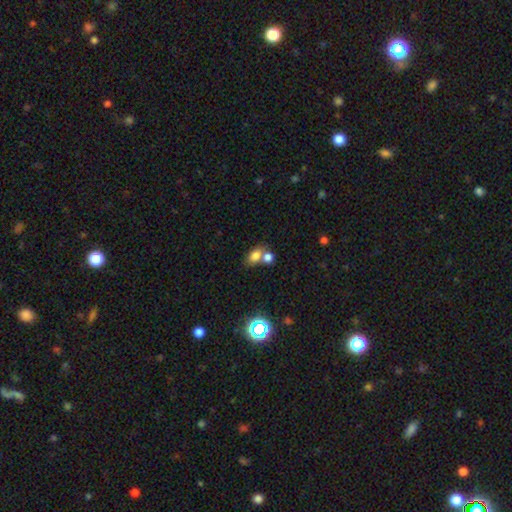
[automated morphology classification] Overall: smooth (76%). How rounded: in between (73%). Merging: merger (47%; none 39%).